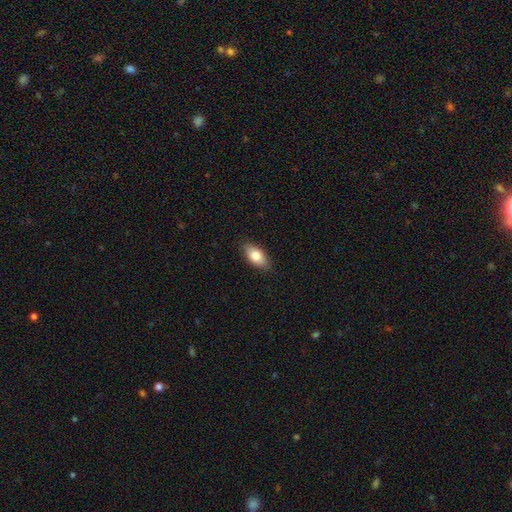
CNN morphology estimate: Overall: smooth (78%). How rounded: in between (89%). Merging: none (87%).